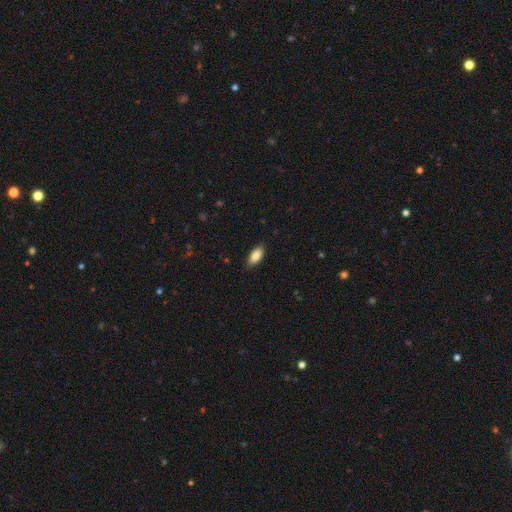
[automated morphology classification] This is clearly a smooth galaxy (86%). How rounded: clearly in between (87%). Merging: clearly none (87%).